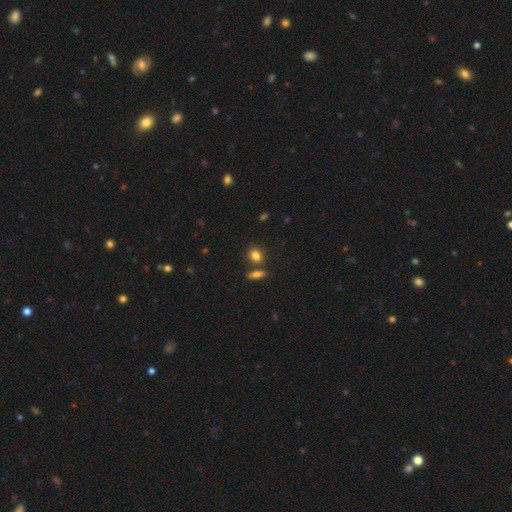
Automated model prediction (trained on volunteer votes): This is clearly a smooth galaxy (82%). How rounded: possibly round (50%). Merging: likely none (72%).